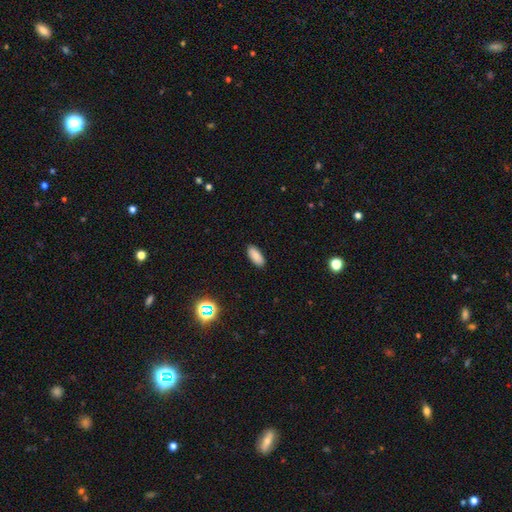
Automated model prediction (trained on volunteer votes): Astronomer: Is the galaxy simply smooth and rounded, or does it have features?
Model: smooth — 85%.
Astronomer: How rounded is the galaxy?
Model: in between — 89%.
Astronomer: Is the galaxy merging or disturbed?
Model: none — 89%.